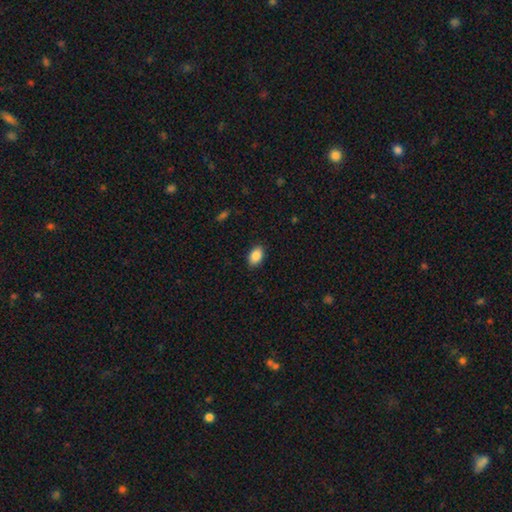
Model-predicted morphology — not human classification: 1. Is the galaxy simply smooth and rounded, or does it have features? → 88% smooth, 8% star or artifact, 4% featured or disk.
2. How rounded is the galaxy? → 89% in between, 10% round, 1% cigar-shaped.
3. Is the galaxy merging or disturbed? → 88% none, 9% minor disturbance, 2% major disturbance, 1% merger.